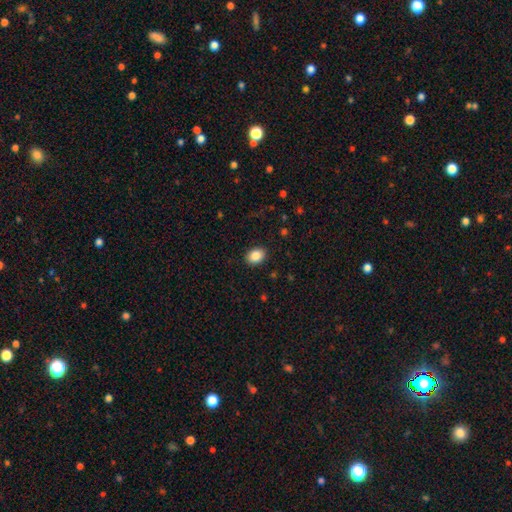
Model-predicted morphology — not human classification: A smooth galaxy with no disk features (86%) that is in between round and cigar-shaped (67%). Merging: none (89%).